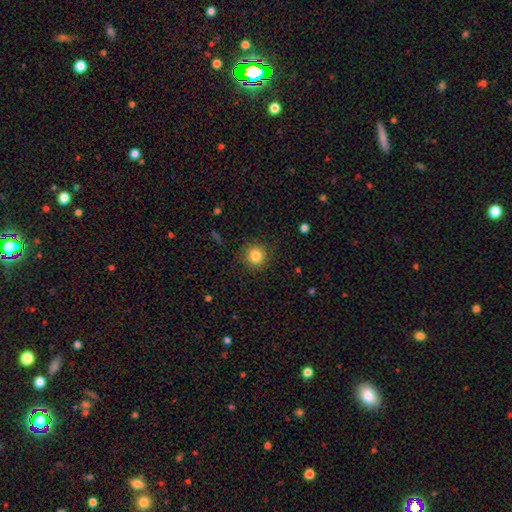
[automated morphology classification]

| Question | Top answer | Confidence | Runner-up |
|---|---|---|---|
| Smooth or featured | smooth | 84% | star or artifact (11%) |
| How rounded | round | 92% | in between (7%) |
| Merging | none | 88% | minor disturbance (8%) |